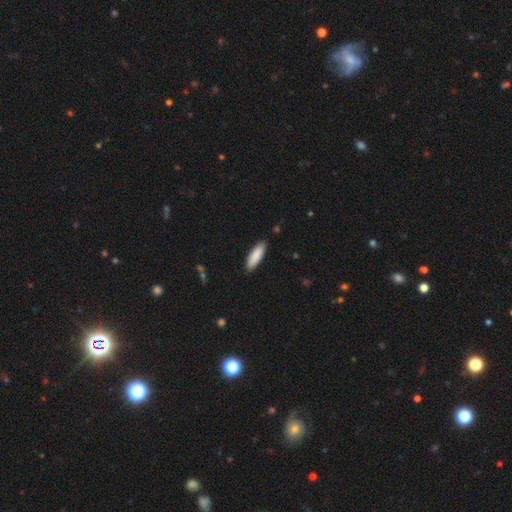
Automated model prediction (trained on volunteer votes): Morphology: type=smooth (88%); roundness=cigar-shaped (52%); merging=none (88%).